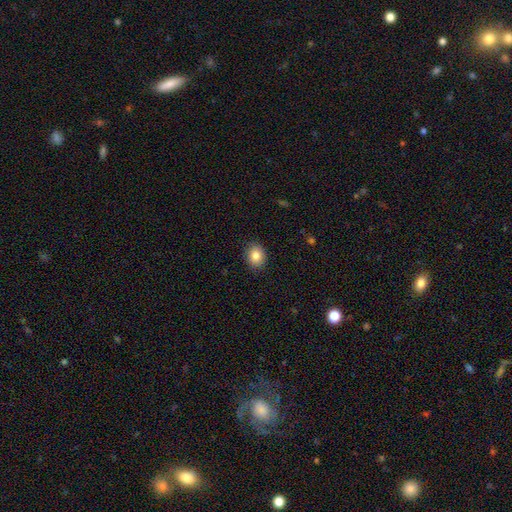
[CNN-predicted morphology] smooth_or_featured: smooth (p=0.84) [alt: star or artifact p=0.09]
how_rounded: round (p=0.54) [alt: in between p=0.45]
merging: none (p=0.89) [alt: minor disturbance p=0.08]